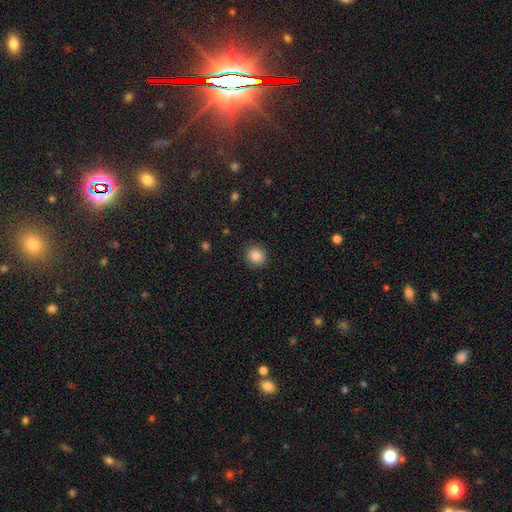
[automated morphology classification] A smooth galaxy with no disk features (86%) that is round (89%). Merging: none (90%).